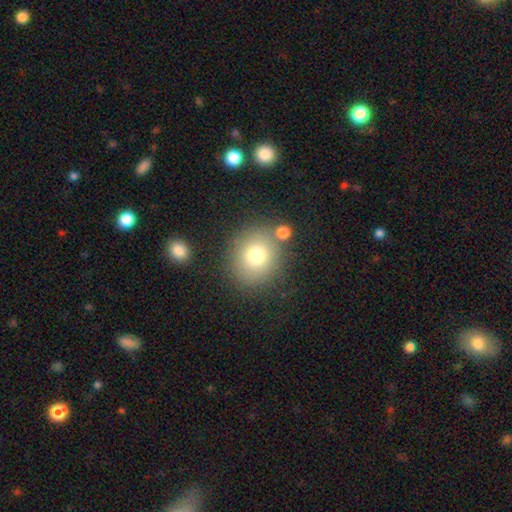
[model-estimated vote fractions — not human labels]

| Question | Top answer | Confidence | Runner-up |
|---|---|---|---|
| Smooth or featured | smooth | 76% | star or artifact (12%) |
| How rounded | round | 80% | in between (19%) |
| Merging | none | 75% | minor disturbance (11%) |